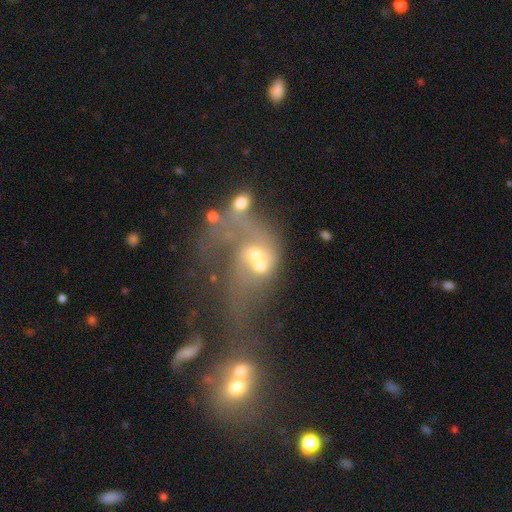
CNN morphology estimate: smooth-or-featured: featured or disk: 51% | smooth: 34% | star or artifact: 15%
  disk-edge-on: no: 96% | yes: 4%
  merging: merger: 67% | major disturbance: 19% | none: 9% | minor disturbance: 5%